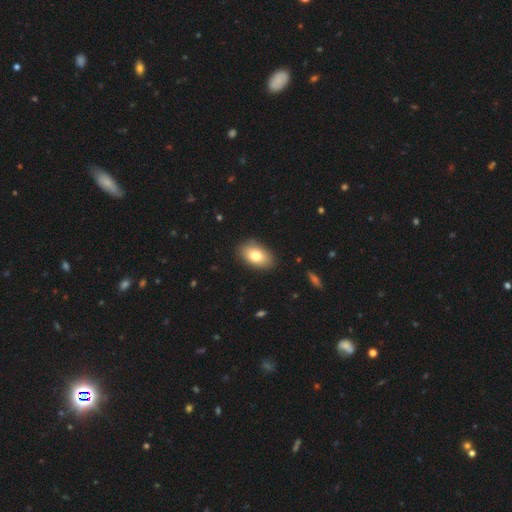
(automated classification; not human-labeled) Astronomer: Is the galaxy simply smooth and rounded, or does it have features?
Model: smooth — 78%.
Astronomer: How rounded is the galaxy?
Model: in between — 91%.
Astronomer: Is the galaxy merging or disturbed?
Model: none — 87%.